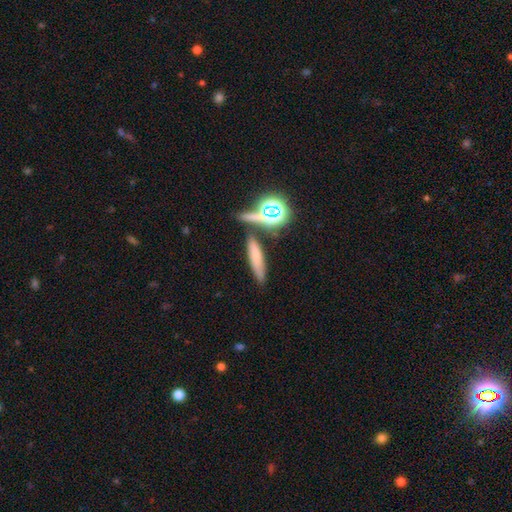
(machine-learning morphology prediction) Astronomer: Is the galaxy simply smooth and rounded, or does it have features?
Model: smooth — 62%.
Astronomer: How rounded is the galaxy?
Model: cigar-shaped — 75%.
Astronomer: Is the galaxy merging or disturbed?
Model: none — 72%.